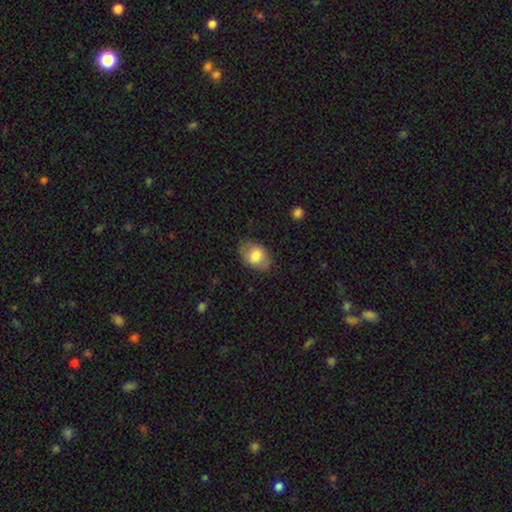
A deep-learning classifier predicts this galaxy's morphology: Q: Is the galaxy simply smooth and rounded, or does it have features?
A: smooth — 75%.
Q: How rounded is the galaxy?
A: in between — 85%.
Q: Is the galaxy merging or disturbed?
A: none — 73%.